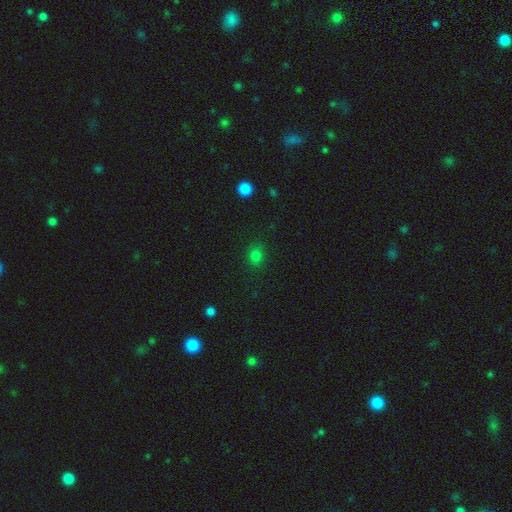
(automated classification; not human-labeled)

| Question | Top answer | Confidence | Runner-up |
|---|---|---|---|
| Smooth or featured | smooth | 79% | star or artifact (17%) |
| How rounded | round | 70% | in between (29%) |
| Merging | none | 83% | minor disturbance (12%) |